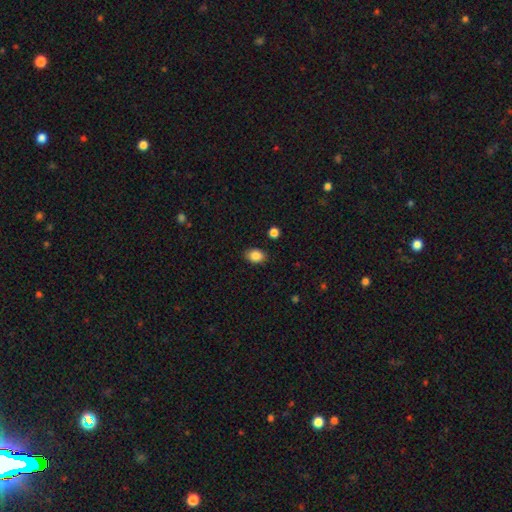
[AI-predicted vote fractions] Smooth or featured: smooth — 87% (star or artifact — 9%)
How rounded: in between — 69% (round — 30%)
Merging: none — 86% (minor disturbance — 10%)